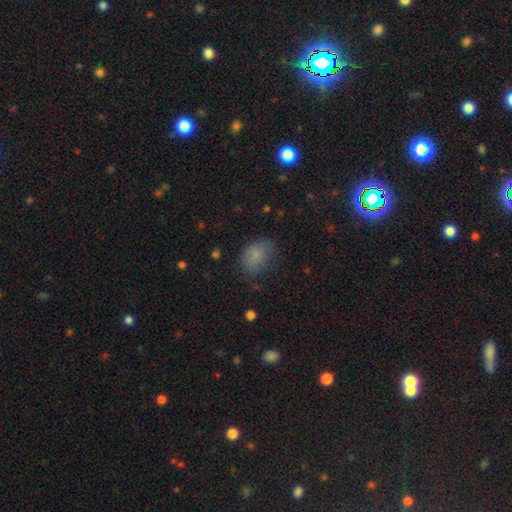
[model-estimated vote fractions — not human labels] smooth 80%, star or artifact 11%, featured or disk 8%. Down the decision tree: how rounded — in between (70%); merging — none (59%).